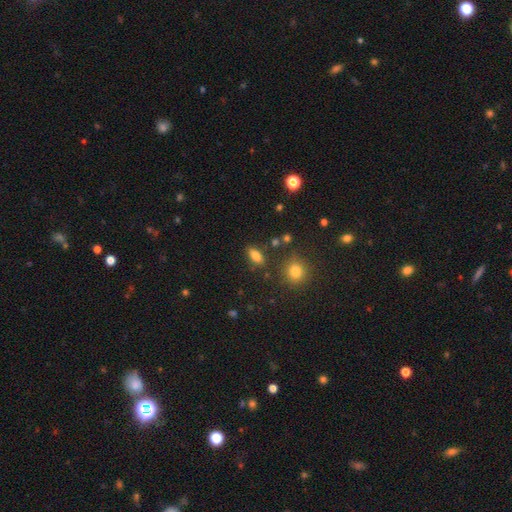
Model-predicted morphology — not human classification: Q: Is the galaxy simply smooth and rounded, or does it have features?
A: smooth — 79%.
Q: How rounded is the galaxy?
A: in between — 82%.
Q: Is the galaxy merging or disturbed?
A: none — 82%.